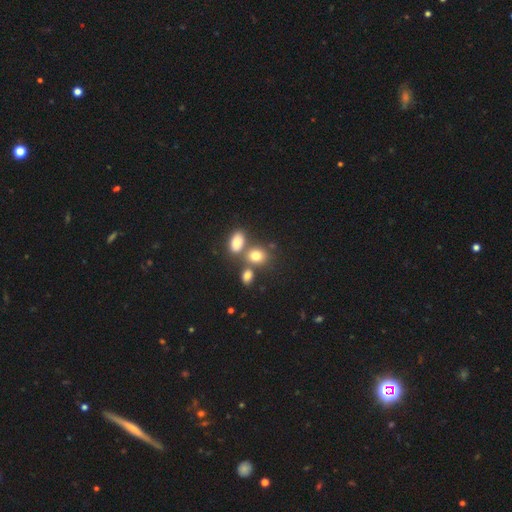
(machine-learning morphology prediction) Q: Smooth or featured?
A: smooth (77%); runner-up: star or artifact (12%)
Q: How rounded?
A: in between (54%); runner-up: round (45%)
Q: Merging?
A: none (49%); runner-up: merger (36%)